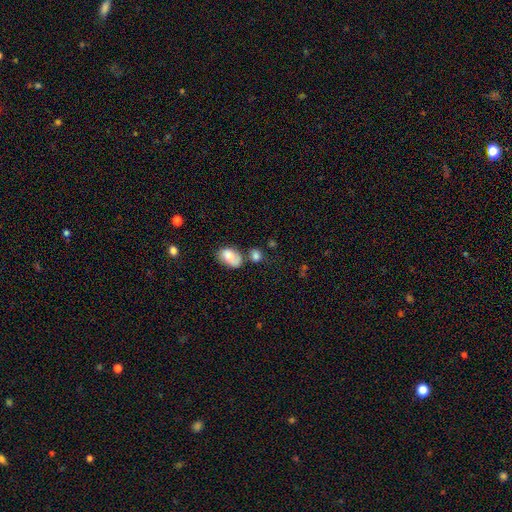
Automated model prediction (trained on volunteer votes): Morphology: type=smooth (76%); roundness=in between (53%); merging=none (45%).